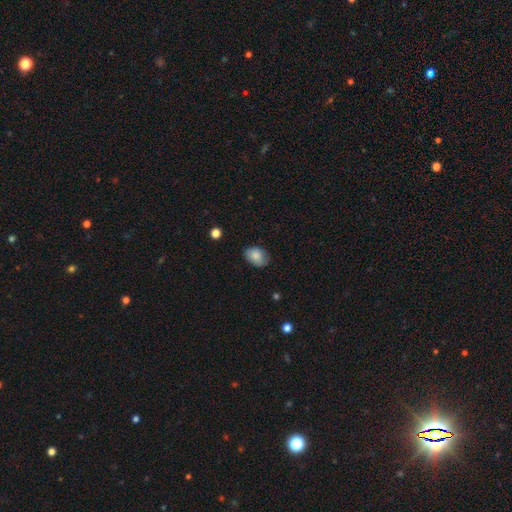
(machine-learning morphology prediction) A smooth galaxy with no disk features (82%) that is in between round and cigar-shaped (75%). Merging: none (72%).